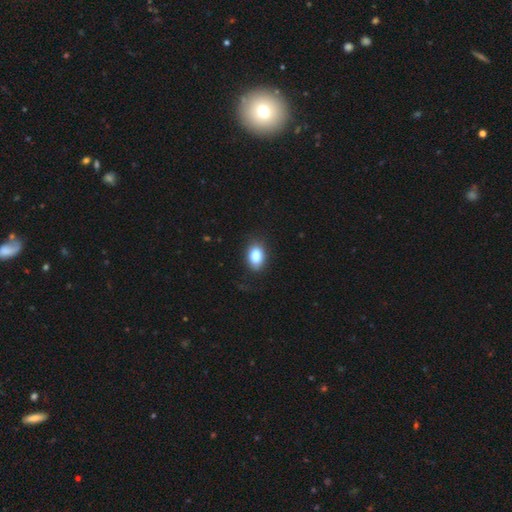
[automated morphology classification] type=smooth (85%); roundness=in between (82%); merging=none (82%).